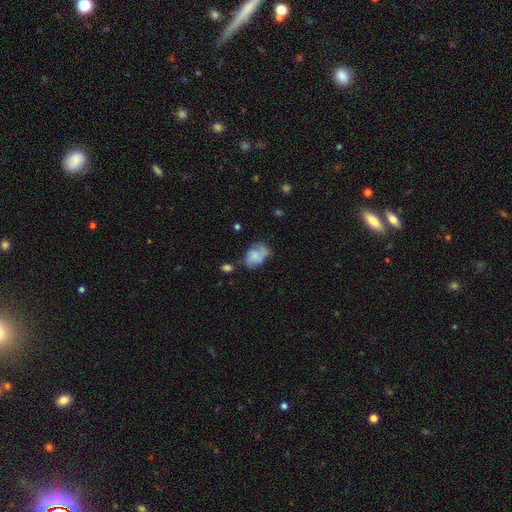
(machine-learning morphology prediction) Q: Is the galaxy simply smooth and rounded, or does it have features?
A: smooth — 52%.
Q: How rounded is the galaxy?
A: in between — 79%.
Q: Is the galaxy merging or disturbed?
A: none — 44%.